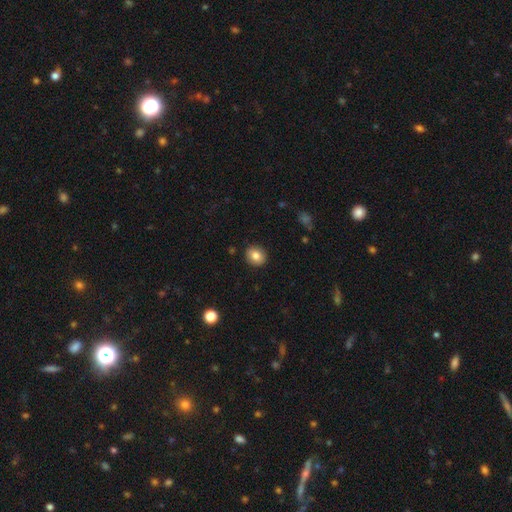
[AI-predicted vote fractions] This is clearly a smooth galaxy (84%). How rounded: likely round (73%). Merging: clearly none (90%).